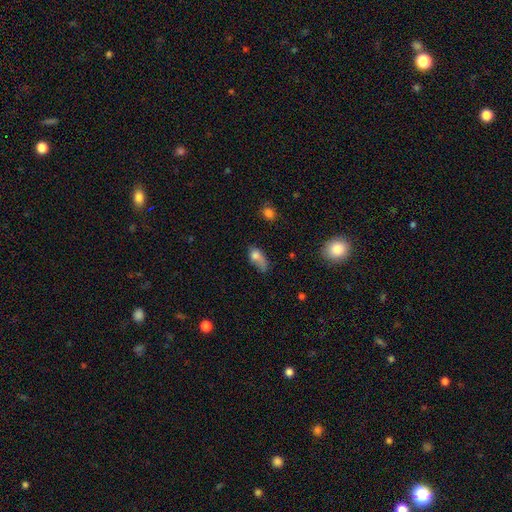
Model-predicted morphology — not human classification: smooth-or-featured: smooth: 73% | featured or disk: 17% | star or artifact: 10%
  how-rounded: in between: 81% | round: 11% | cigar-shaped: 9%
  merging: minor disturbance: 35% | none: 30% | major disturbance: 29% | merger: 7%